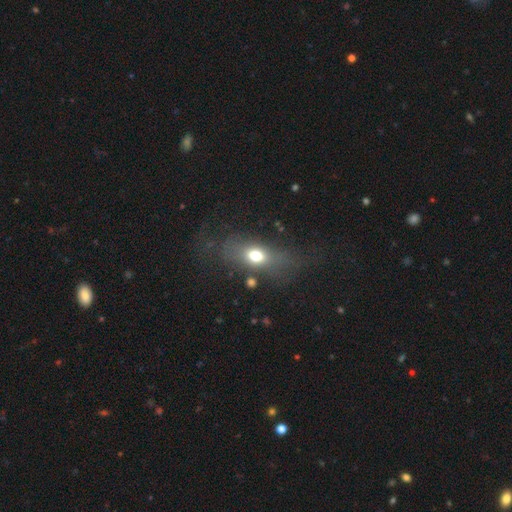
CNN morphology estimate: Smooth or featured? smooth (67%)
How rounded? in between (72%)
Merging? none (57%)